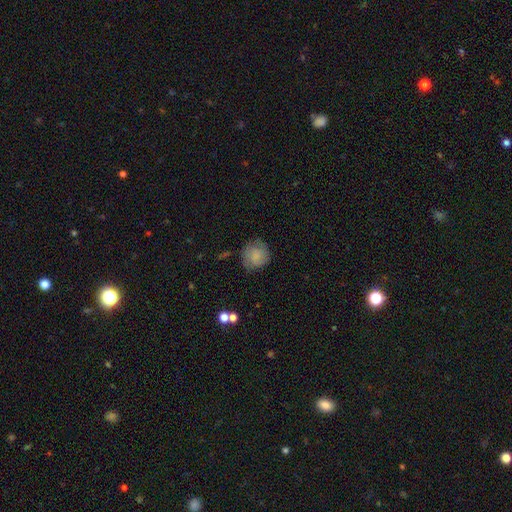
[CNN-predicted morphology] This appears to be a smooth galaxy with no disk features (72%) that is round (87%). Merging: none (69%).